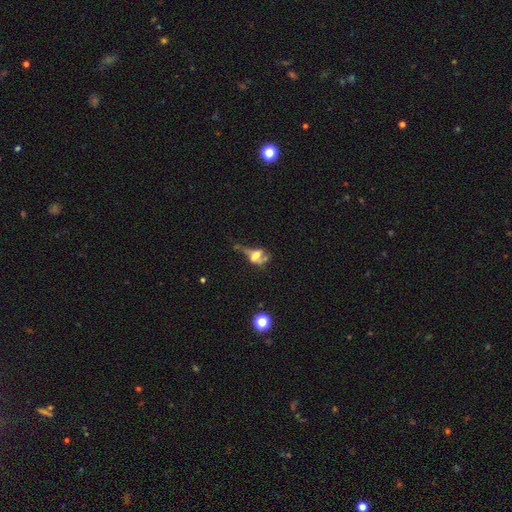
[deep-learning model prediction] smooth-or-featured: featured or disk: 46% | smooth: 36% | star or artifact: 18%
  merging: major disturbance: 37% | merger: 26% | none: 22% | minor disturbance: 15%